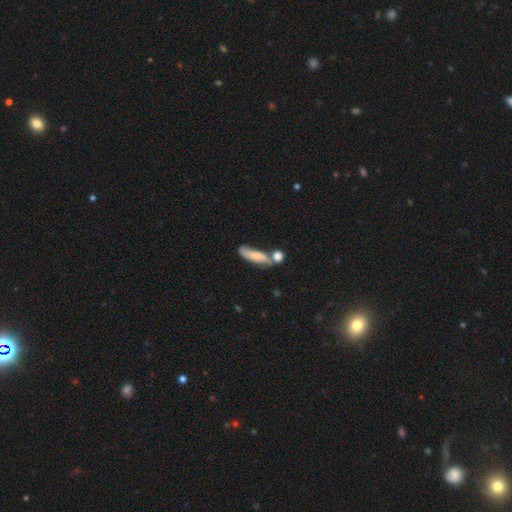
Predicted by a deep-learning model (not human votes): smooth_or_featured: smooth (p=0.61) [alt: featured or disk p=0.32]
how_rounded: cigar-shaped (p=0.56) [alt: in between p=0.40]
merging: none (p=0.42) [alt: merger p=0.29]